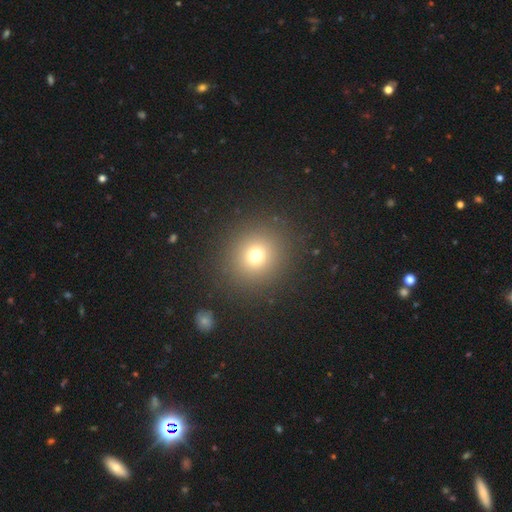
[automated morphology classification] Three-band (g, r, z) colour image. It shows a smooth galaxy with no disk features (71%) that is round (90%). Merging: none (89%).